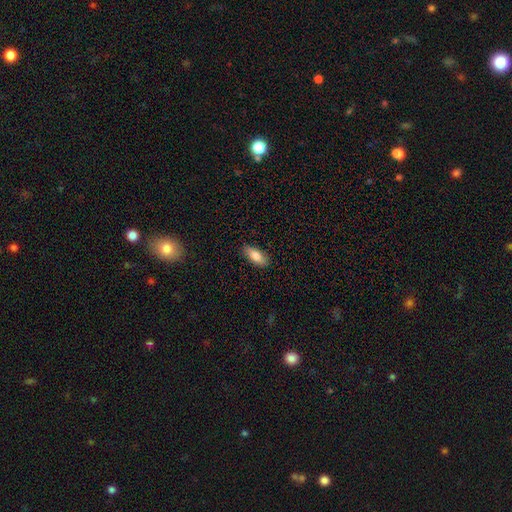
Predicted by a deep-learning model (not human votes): A smooth galaxy with no disk features (80%) that is in between round and cigar-shaped (79%).

Vote fractions:
- Smooth or featured? smooth: 80% / featured or disk: 14% / star or artifact: 6%
- How rounded? in between: 79% / cigar-shaped: 19% / round: 2%
- Merging? none: 87% / minor disturbance: 9% / major disturbance: 2% / merger: 1%